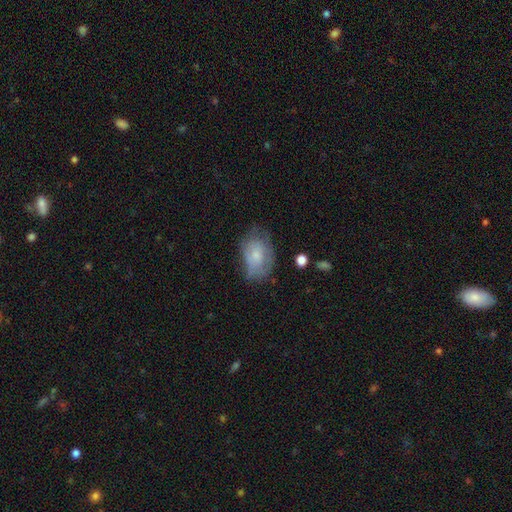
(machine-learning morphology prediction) This appears to be a smooth galaxy with no disk features (60%) that is in between round and cigar-shaped (83%). Merging: none (48%).